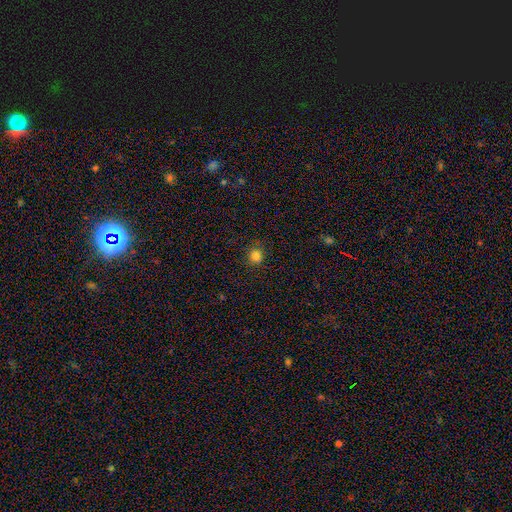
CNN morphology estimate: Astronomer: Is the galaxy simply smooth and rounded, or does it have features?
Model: smooth — 83%.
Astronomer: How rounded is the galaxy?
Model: round — 89%.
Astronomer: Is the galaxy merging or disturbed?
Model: none — 87%.